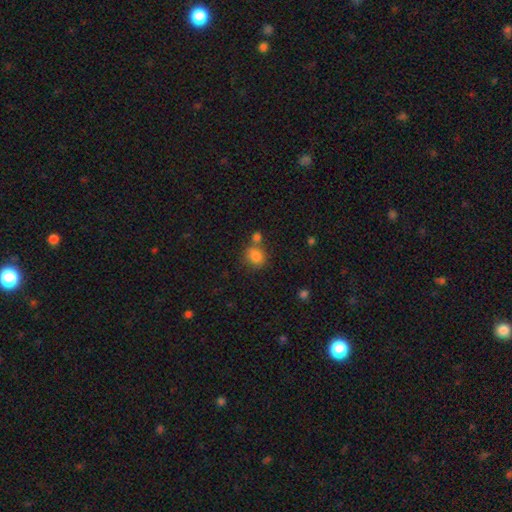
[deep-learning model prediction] smooth_or_featured: smooth (p=0.82) [alt: star or artifact p=0.11]
how_rounded: round (p=0.58) [alt: in between p=0.41]
merging: none (p=0.49) [alt: merger p=0.29]